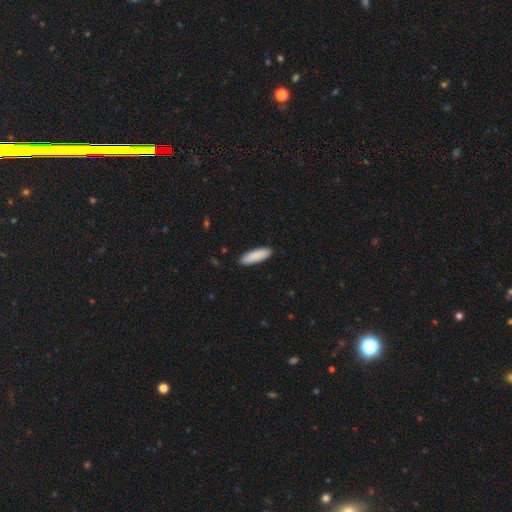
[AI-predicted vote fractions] This is clearly a smooth galaxy (89%). How rounded: possibly cigar-shaped (58%). Merging: clearly none (91%).